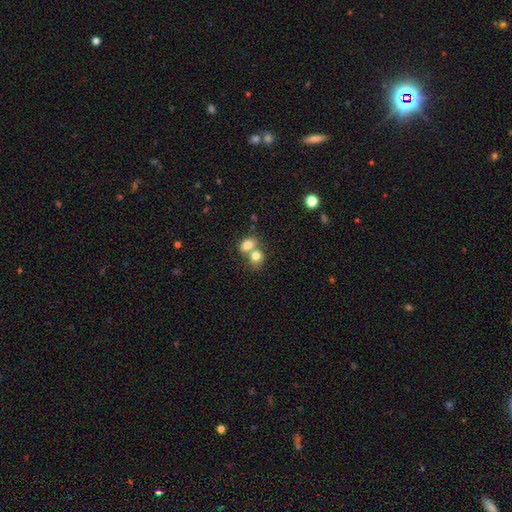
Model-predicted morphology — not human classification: smooth_or_featured: smooth (p=0.78) [alt: featured or disk p=0.12]
how_rounded: in between (p=0.54) [alt: round p=0.45]
merging: merger (p=0.62) [alt: none p=0.27]